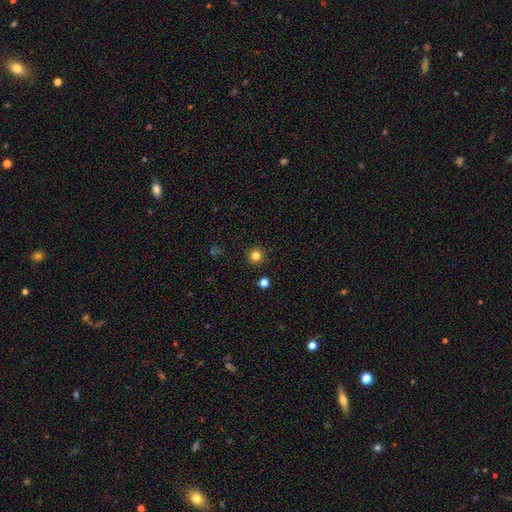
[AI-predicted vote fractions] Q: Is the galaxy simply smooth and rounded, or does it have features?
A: smooth — 81%.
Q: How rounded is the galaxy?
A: round — 95%.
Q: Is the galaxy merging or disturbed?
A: none — 92%.